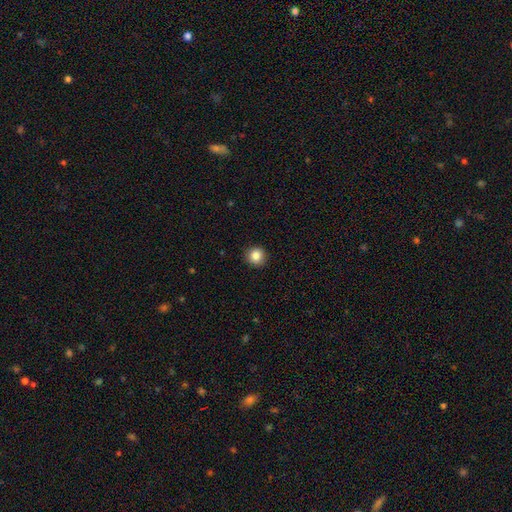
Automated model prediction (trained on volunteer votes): The model was most divided on "smooth or featured": smooth: 85%, star or artifact: 10%, featured or disk: 5%. More confident: how rounded — round (94%); merging — none (93%).